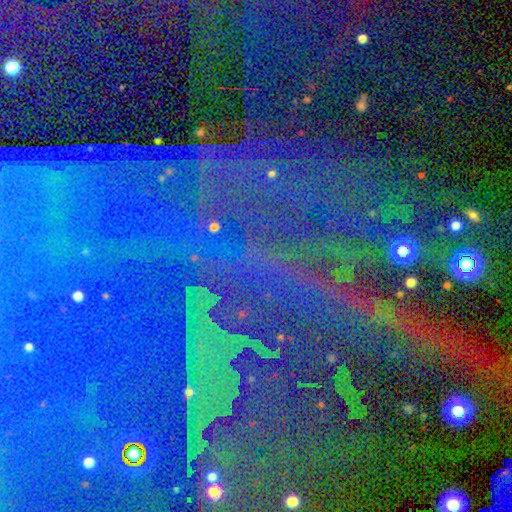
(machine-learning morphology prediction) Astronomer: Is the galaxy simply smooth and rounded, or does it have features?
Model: star or artifact — 88%.